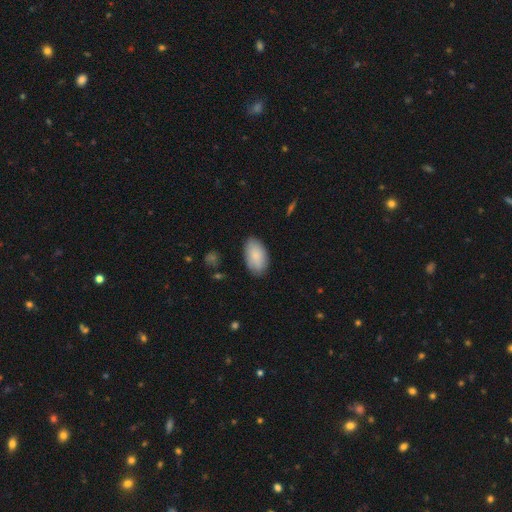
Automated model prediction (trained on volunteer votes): Smooth or featured? Predicted: smooth (p=0.86). How rounded? Predicted: in between (p=0.95). Merging? Predicted: none (p=0.83).